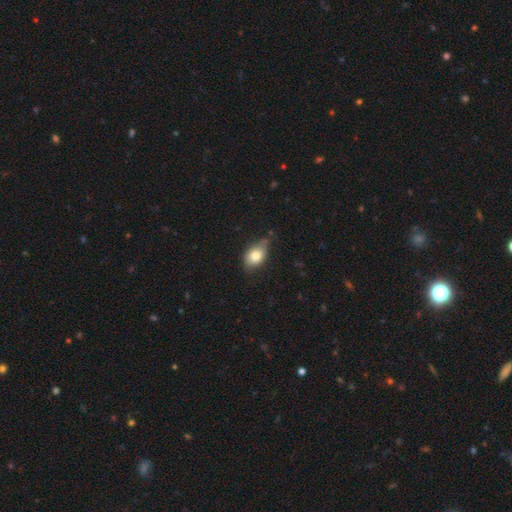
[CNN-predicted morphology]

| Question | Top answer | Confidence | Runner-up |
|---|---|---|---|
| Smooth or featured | smooth | 78% | featured or disk (14%) |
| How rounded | in between | 84% | round (14%) |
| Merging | none | 59% | minor disturbance (32%) |